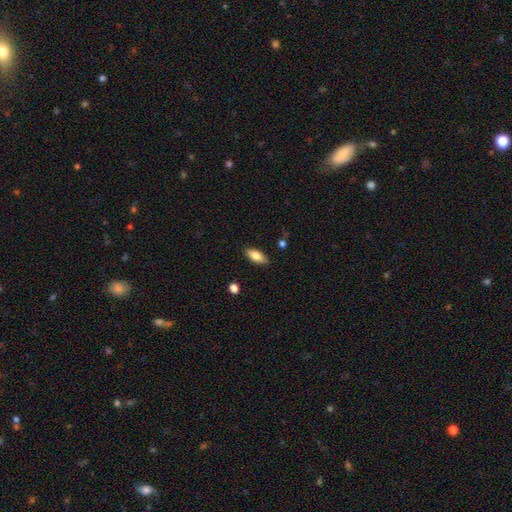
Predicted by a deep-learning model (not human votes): Smooth or featured? smooth (81%)
How rounded? in between (82%)
Merging? none (87%)